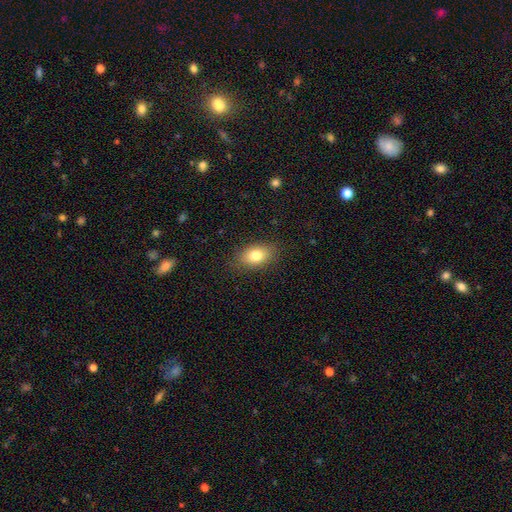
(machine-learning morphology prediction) Q: Smooth or featured?
A: smooth (79%); runner-up: featured or disk (12%)
Q: How rounded?
A: in between (85%); runner-up: round (13%)
Q: Merging?
A: none (85%); runner-up: minor disturbance (11%)